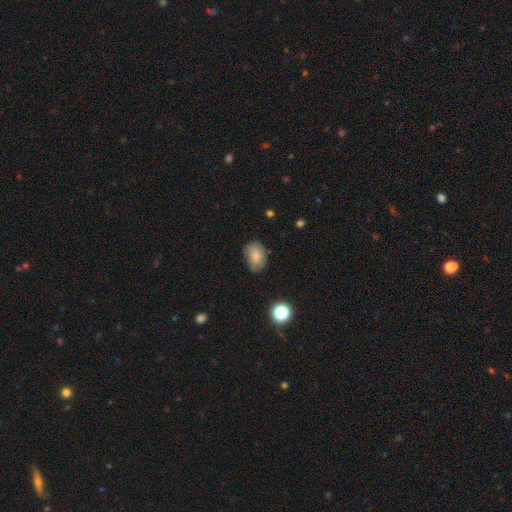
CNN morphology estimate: Overall: smooth (74%). How rounded: in between (76%). Merging: none (69%).